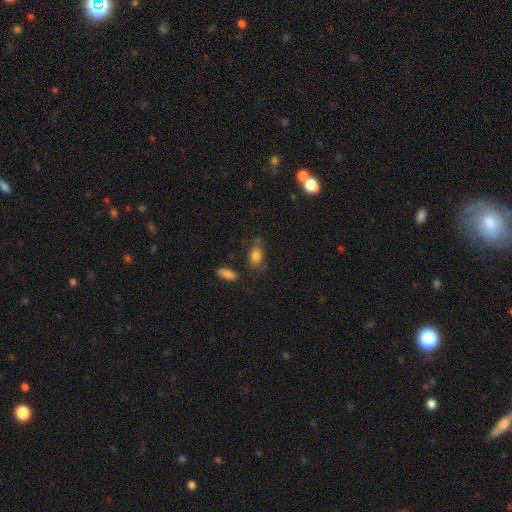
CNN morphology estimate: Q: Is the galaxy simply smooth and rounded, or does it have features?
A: smooth — 81%.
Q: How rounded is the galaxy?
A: in between — 76%.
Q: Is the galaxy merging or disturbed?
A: none — 60%.